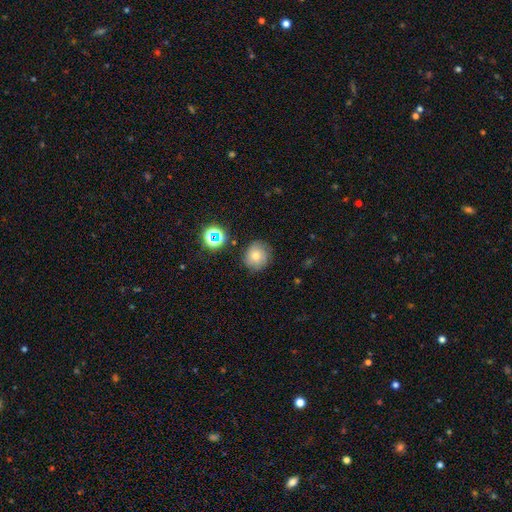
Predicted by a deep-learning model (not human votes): Morphology: type=smooth (62%); roundness=round (88%); merging=none (81%).